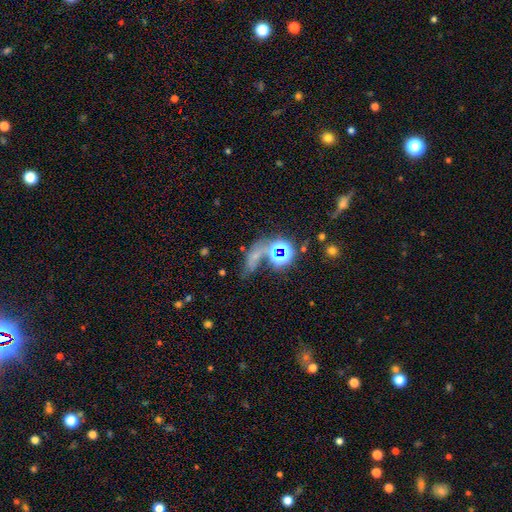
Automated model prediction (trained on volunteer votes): A star or artifact, not a galaxy (49%).

Vote fractions:
- Smooth or featured? star or artifact: 49% / smooth: 32% / featured or disk: 19%